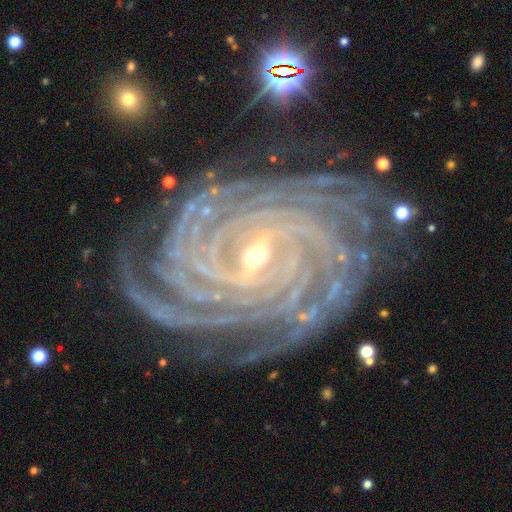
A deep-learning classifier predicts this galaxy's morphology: smooth-or-featured: featured or disk: 92% | star or artifact: 5% | smooth: 3%
  disk-edge-on: no: 98% | yes: 2%
    bar: weak: 42% | strong: 36% | no: 22%
    has-spiral-arms: yes: 99% | no: 1%
      spiral-winding: tight: 85% | medium: 13% | loose: 2%
      spiral-arm-count: more than 4: 37% | 4: 25% | can't tell: 12% | 3: 10% | 2: 8% | 1: 8%
    bulge-size: small: 65% | moderate: 32% | large: 1% | none: 1% | dominant: 1%
  merging: none: 82% | minor disturbance: 12% | major disturbance: 4% | merger: 2%